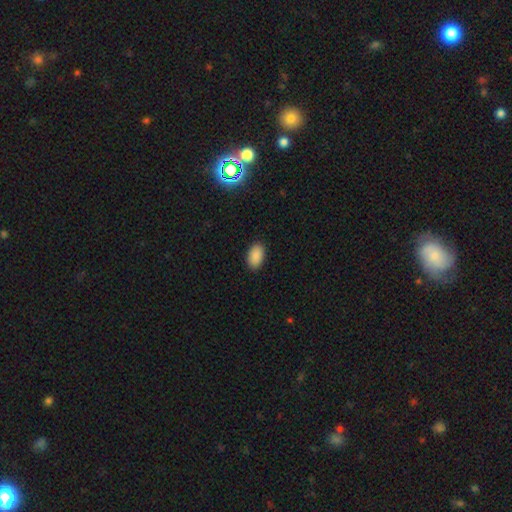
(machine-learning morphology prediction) type=smooth (89%); roundness=in between (93%); merging=none (89%).